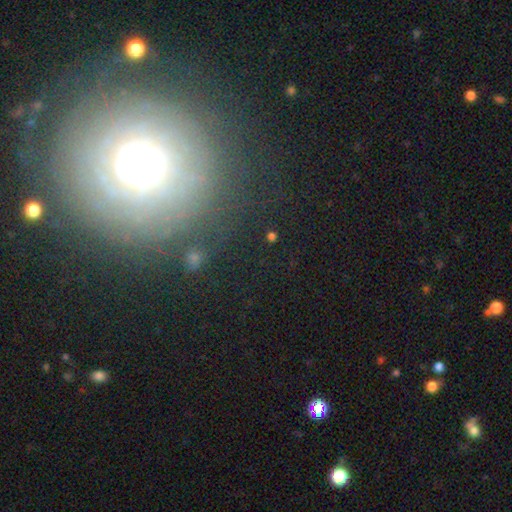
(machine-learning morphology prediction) Q: Smooth or featured?
A: featured or disk (48%); runner-up: smooth (34%)
Q: Merging?
A: none (82%); runner-up: minor disturbance (10%)